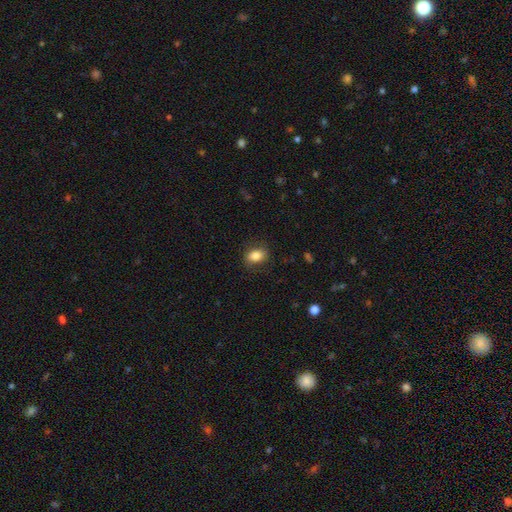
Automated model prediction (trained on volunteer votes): smooth-or-featured: smooth: 83% | featured or disk: 9% | star or artifact: 8%
  how-rounded: in between: 80% | round: 17% | cigar-shaped: 2%
  merging: none: 82% | minor disturbance: 13% | major disturbance: 4% | merger: 1%